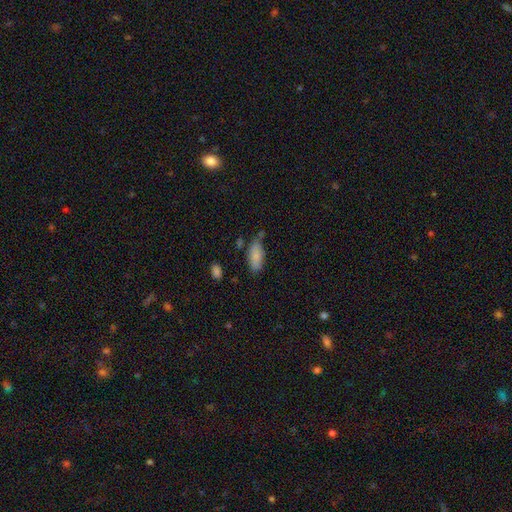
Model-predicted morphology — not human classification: smooth_or_featured: smooth (p=0.83) [alt: featured or disk p=0.11]
how_rounded: in between (p=0.85) [alt: cigar-shaped p=0.13]
merging: none (p=0.63) [alt: minor disturbance p=0.24]